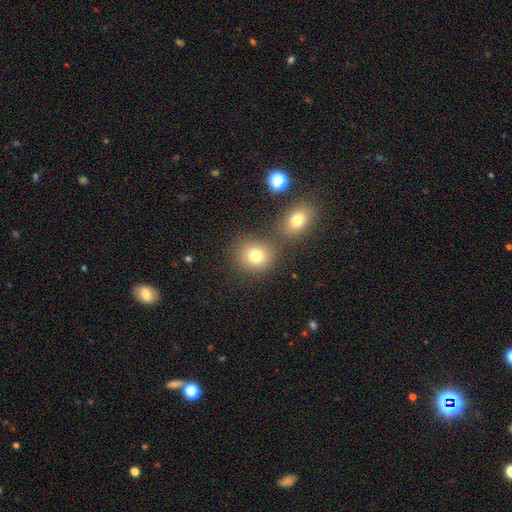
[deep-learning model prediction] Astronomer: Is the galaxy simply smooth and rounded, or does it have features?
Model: smooth — 77%.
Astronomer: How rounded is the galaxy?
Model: round — 77%.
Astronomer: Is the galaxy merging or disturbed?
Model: none — 66%.